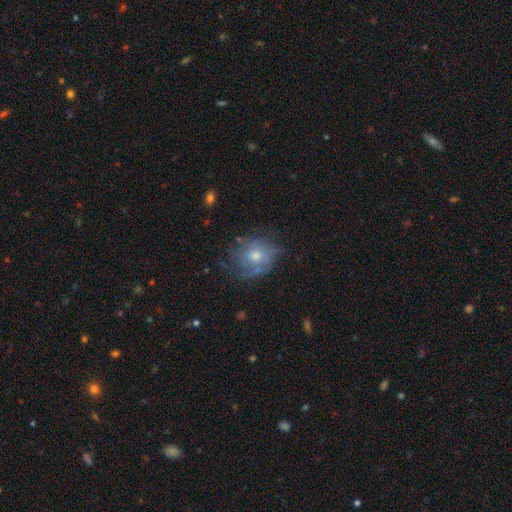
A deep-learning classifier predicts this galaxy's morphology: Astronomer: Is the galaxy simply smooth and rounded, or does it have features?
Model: featured or disk — 55% (runner-up: smooth, 34%).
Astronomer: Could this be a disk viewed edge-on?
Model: no — 96%.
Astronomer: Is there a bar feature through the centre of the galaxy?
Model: no — 82%.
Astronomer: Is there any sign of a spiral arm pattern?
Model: yes — 71%.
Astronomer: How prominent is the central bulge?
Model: moderate — 61%.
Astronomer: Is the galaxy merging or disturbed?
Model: none — 63%.